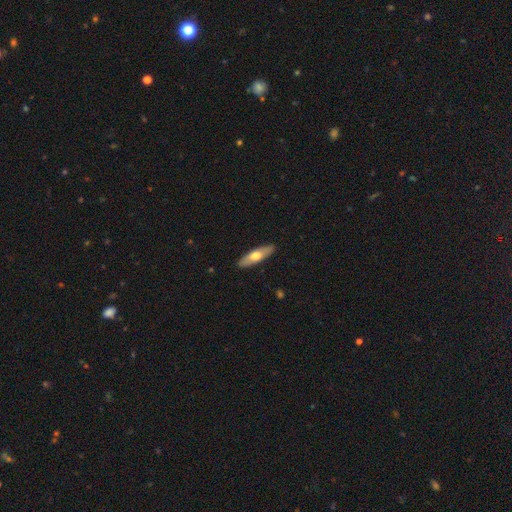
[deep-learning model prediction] Overall: smooth (57%; featured or disk 37%). How rounded: cigar-shaped (60%; in between 38%). Merging: none (90%).